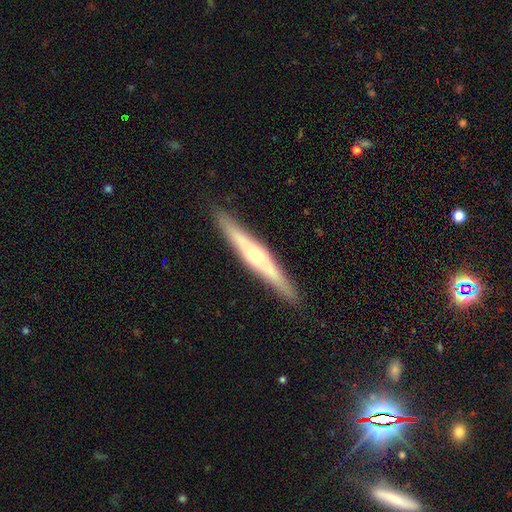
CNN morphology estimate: smooth-or-featured: featured or disk: 66% | smooth: 28% | star or artifact: 6%
  disk-edge-on: yes: 96% | no: 4%
    edge-on-bulge: rounded: 70% | none: 15% | boxy: 14%
  merging: none: 90% | minor disturbance: 7% | major disturbance: 1% | merger: 1%